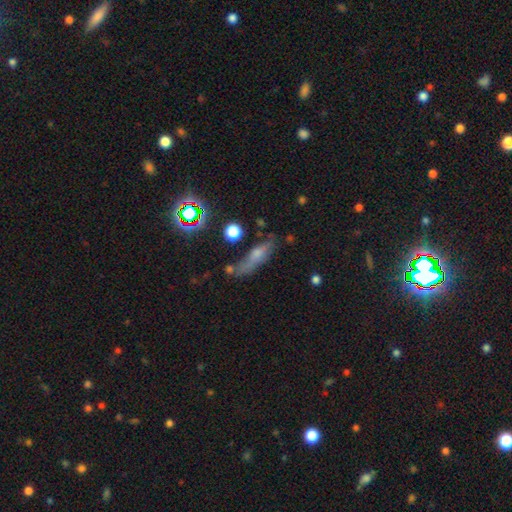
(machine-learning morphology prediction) Q: Smooth or featured?
A: smooth (47%); runner-up: featured or disk (31%)
Q: Merging?
A: none (54%); runner-up: minor disturbance (25%)